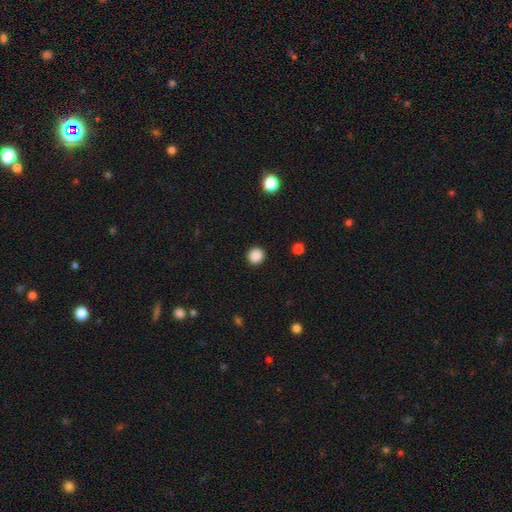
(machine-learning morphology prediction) A smooth galaxy with no disk features (88%) that is round (93%). Merging: none (92%).